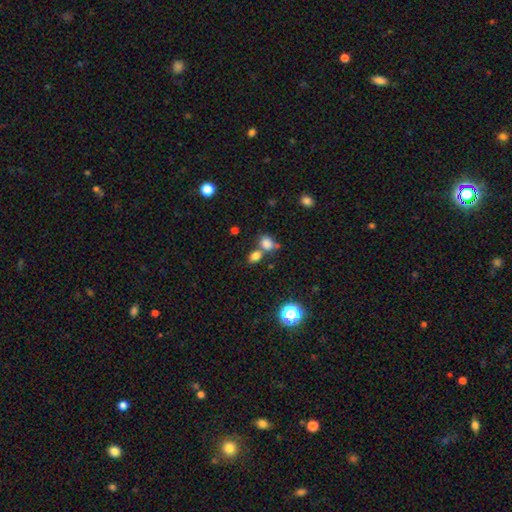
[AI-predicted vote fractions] smooth_or_featured: smooth (p=0.79) [alt: star or artifact p=0.14]
how_rounded: in between (p=0.69) [alt: round p=0.29]
merging: none (p=0.45) [alt: merger p=0.41]